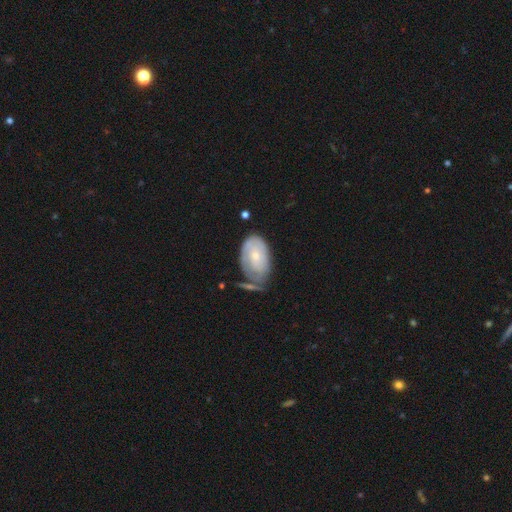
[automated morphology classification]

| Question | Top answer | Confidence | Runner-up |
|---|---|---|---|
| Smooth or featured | featured or disk | 50% | smooth (45%) |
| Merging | none | 42% | minor disturbance (31%) |